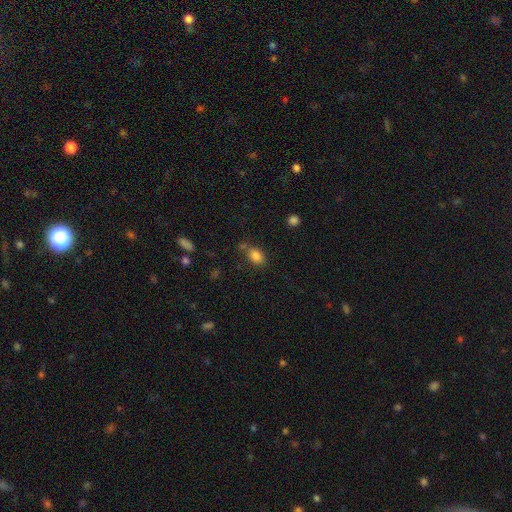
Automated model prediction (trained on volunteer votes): smooth-or-featured: smooth: 83% | star or artifact: 10% | featured or disk: 6%
  how-rounded: in between: 75% | round: 24% | cigar-shaped: 1%
  merging: none: 65% | minor disturbance: 16% | merger: 14% | major disturbance: 5%